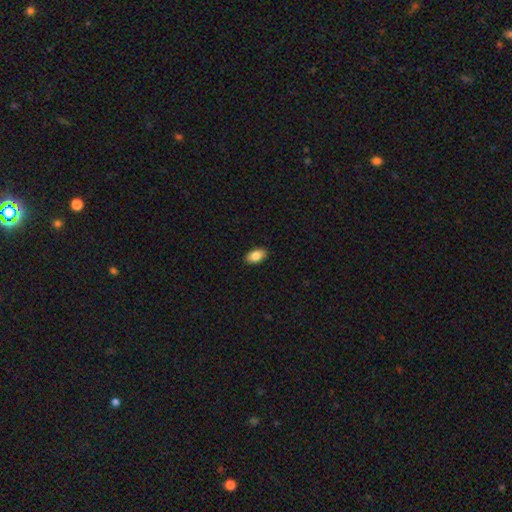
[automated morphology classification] A smooth galaxy with no disk features (86%) that is in between round and cigar-shaped (93%). Merging: none (89%).